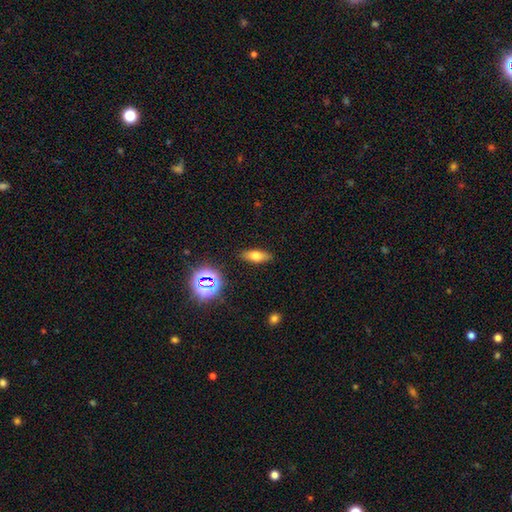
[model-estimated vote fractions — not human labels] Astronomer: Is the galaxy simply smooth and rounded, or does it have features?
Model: smooth — 67%.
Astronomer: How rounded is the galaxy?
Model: in between — 69%.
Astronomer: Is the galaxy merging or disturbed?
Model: none — 87%.